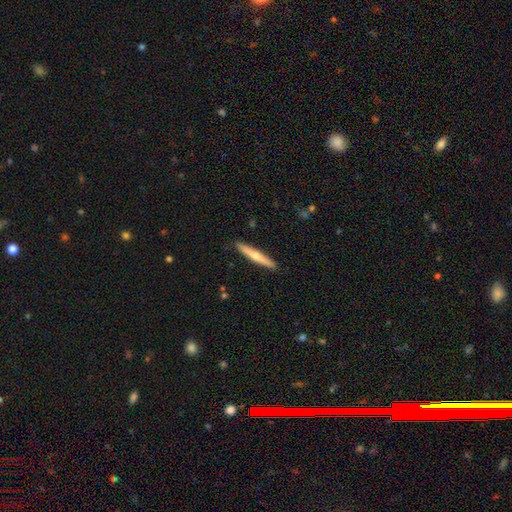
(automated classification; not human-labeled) A featured or disk galaxy (47%, tied with smooth). Merging: none (91%).